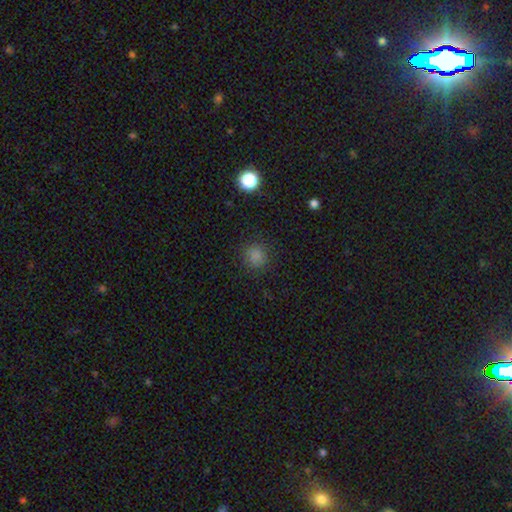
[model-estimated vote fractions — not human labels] A smooth galaxy with no disk features (82%) that is round (88%). Merging: none (87%).